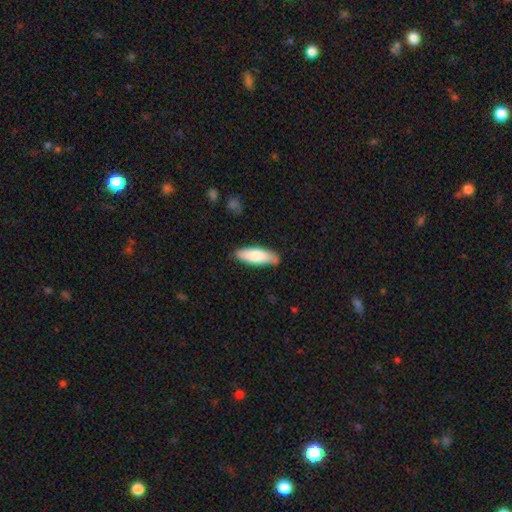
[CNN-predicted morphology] Smooth or featured? smooth (77%)
How rounded? in between (58%)
Merging? none (83%)